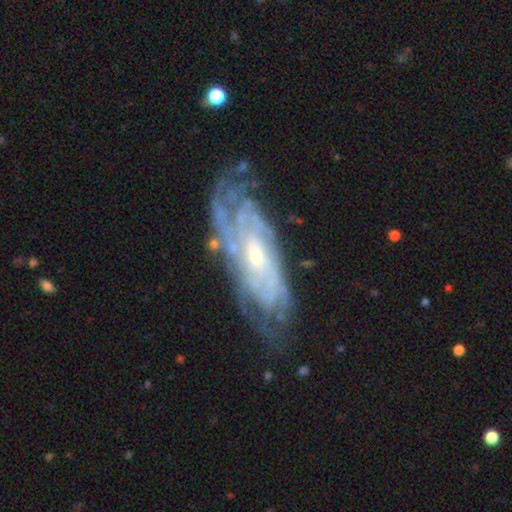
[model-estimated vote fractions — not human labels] smooth_or_featured: featured or disk (p=0.86) [alt: smooth p=0.08]
disk_edge_on: no (p=0.88) [alt: yes p=0.12]
bar: no (p=0.65) [alt: weak p=0.27]
has_spiral_arms: yes (p=0.95) [alt: no p=0.05]
spiral_winding: tight (p=0.75) [alt: medium p=0.20]
spiral_arm_count: can't tell (p=0.48) [alt: 4 p=0.15]
bulge_size: small (p=0.64) [alt: moderate p=0.31]
merging: none (p=0.71) [alt: minor disturbance p=0.19]